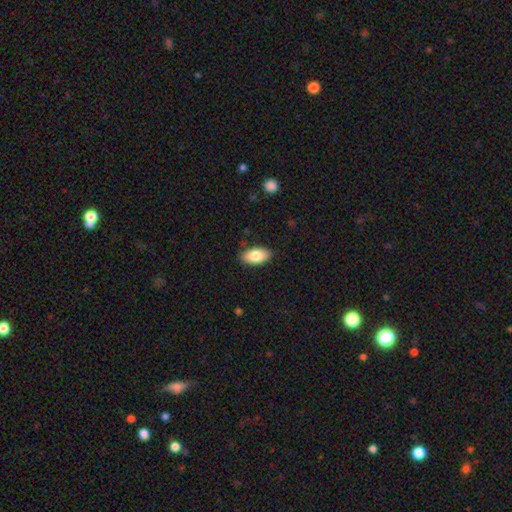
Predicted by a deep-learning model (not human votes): Smooth or featured: smooth — 82% (featured or disk — 11%)
How rounded: in between — 93% (round — 4%)
Merging: none — 87% (minor disturbance — 10%)